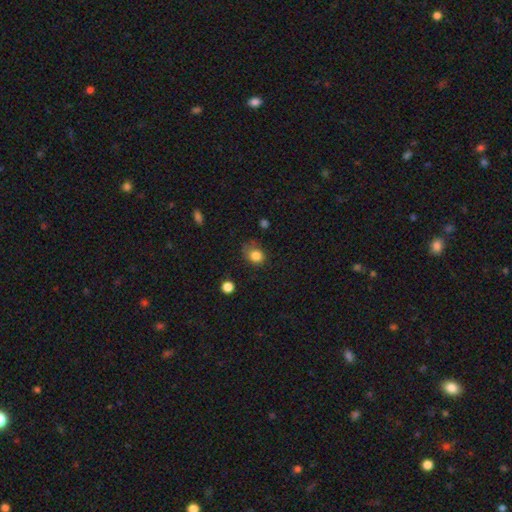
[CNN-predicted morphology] Smooth or featured? smooth (82%)
How rounded? round (53%)
Merging? none (52%)